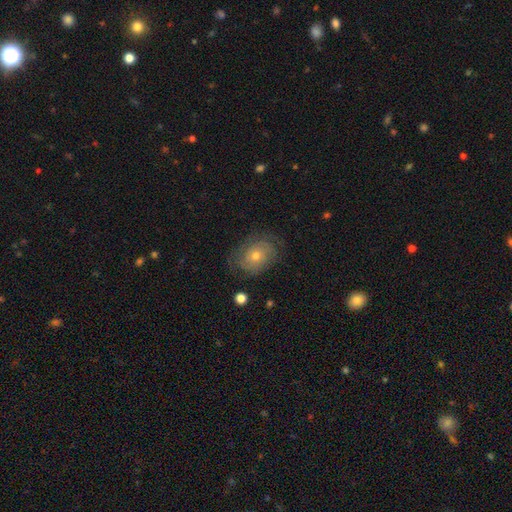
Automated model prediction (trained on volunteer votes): Q: Smooth or featured?
A: featured or disk (46%); runner-up: smooth (43%)
Q: Merging?
A: none (72%); runner-up: minor disturbance (19%)